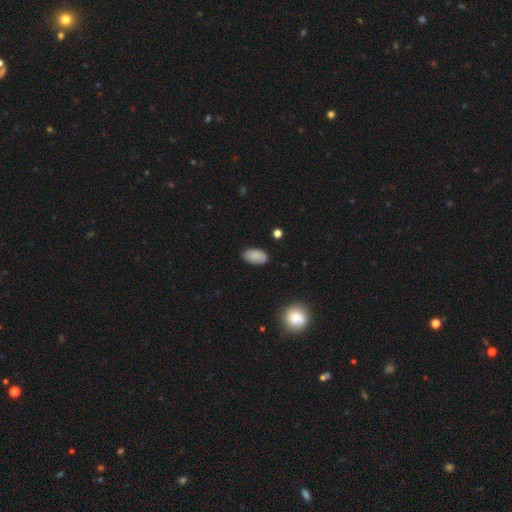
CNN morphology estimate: A smooth galaxy with no disk features (86%) that is in between round and cigar-shaped (95%). Merging: none (85%).